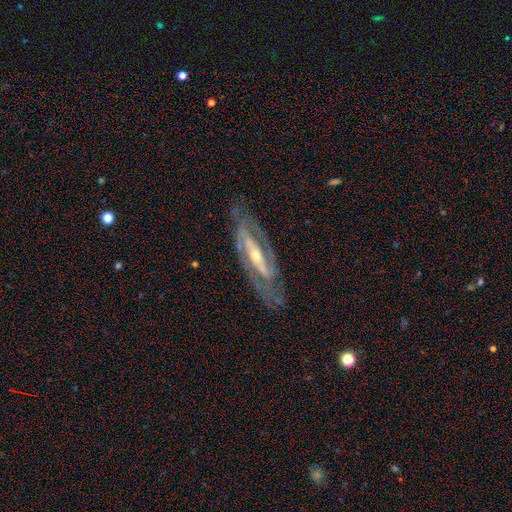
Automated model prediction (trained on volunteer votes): featured or disk 87%, smooth 7%, star or artifact 5%. Down the decision tree: edge-on disk — no (85%); bar — strong (53%); spiral arms — yes (90%); spiral arm count — 2 (83%); spiral winding — medium (45%); bulge size — small (54%); merging — none (77%).